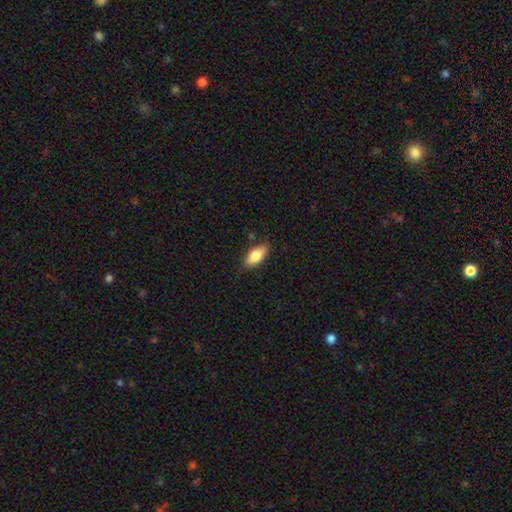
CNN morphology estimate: smooth-or-featured: smooth: 82% | featured or disk: 11% | star or artifact: 7%
  how-rounded: in between: 89% | cigar-shaped: 8% | round: 3%
  merging: none: 83% | minor disturbance: 13% | major disturbance: 2% | merger: 1%